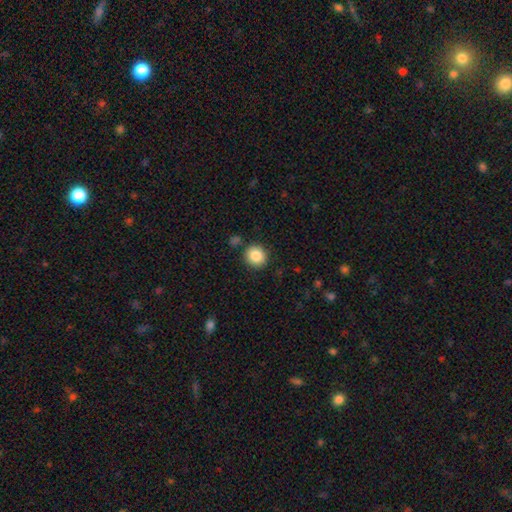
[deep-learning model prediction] smooth 86%, star or artifact 9%, featured or disk 5%. Down the decision tree: how rounded — round (88%); merging — none (87%).